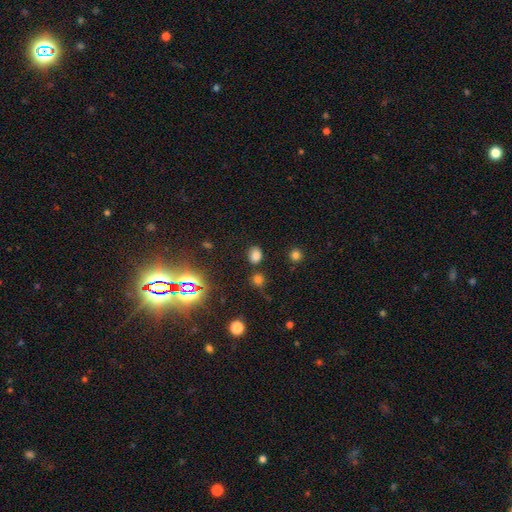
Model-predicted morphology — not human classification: This appears to be a smooth galaxy with no disk features (74%) that is in between round and cigar-shaped (56%). Merging: none (80%).